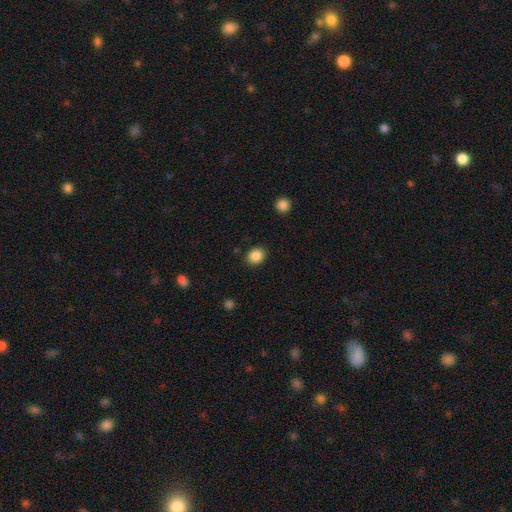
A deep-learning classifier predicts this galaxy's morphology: smooth-or-featured: smooth: 87% | star or artifact: 9% | featured or disk: 4%
  how-rounded: round: 70% | in between: 29% | cigar-shaped: 1%
  merging: none: 89% | minor disturbance: 8% | major disturbance: 2% | merger: 1%